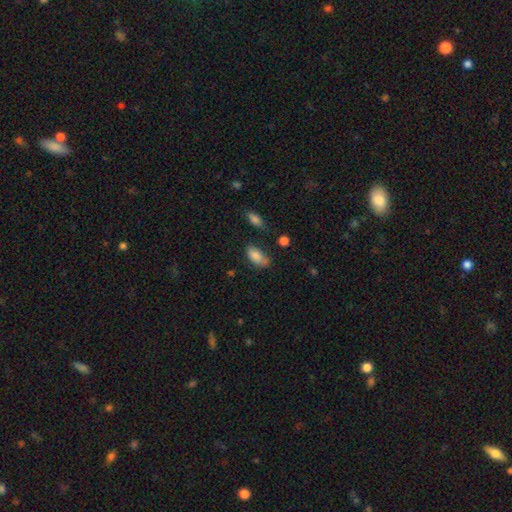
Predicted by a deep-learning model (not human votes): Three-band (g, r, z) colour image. It shows a smooth galaxy with no disk features (82%) that is in between round and cigar-shaped (92%). Merging: none (53%).